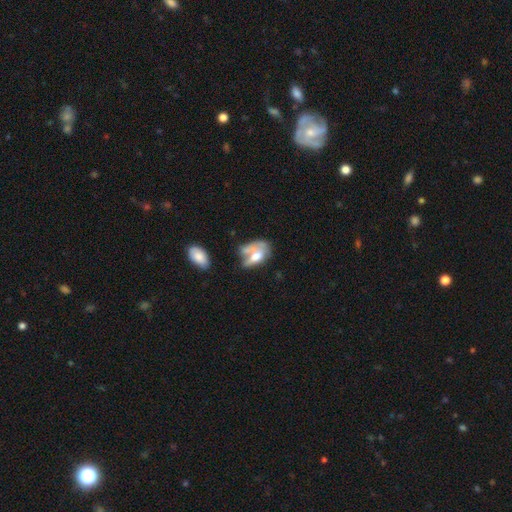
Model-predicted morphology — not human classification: Smooth or featured?
  - smooth: 51% *
  - featured or disk: 40%
  - star or artifact: 9%
How rounded?
  - in between: 85% *
  - round: 11%
  - cigar-shaped: 4%
Merging?
  - merger: 32% *
  - major disturbance: 28%
  - none: 21%
  - minor disturbance: 18%